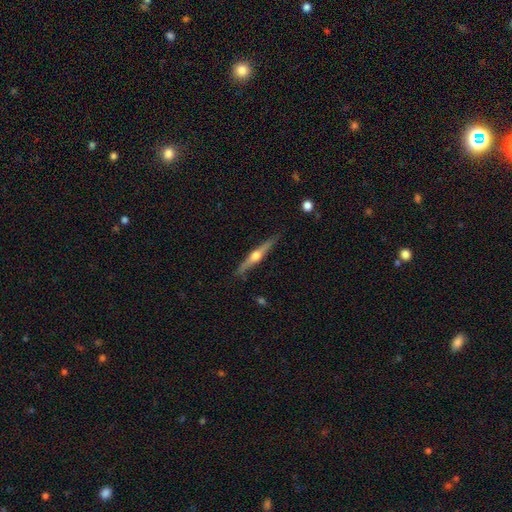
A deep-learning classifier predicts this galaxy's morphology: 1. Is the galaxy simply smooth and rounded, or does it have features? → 72% featured or disk, 22% smooth, 5% star or artifact.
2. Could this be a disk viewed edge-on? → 97% yes, 3% no.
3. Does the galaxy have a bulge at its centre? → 94% rounded, 3% none, 3% boxy.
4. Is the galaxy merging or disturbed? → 85% none, 12% minor disturbance, 2% major disturbance, 2% merger.